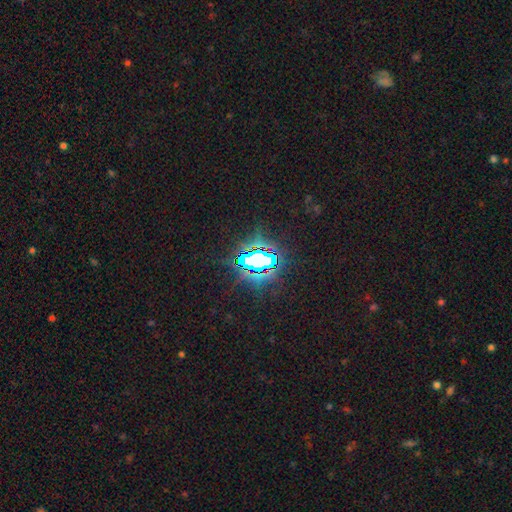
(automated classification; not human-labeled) smooth-or-featured: star or artifact: 83% | smooth: 10% | featured or disk: 7%